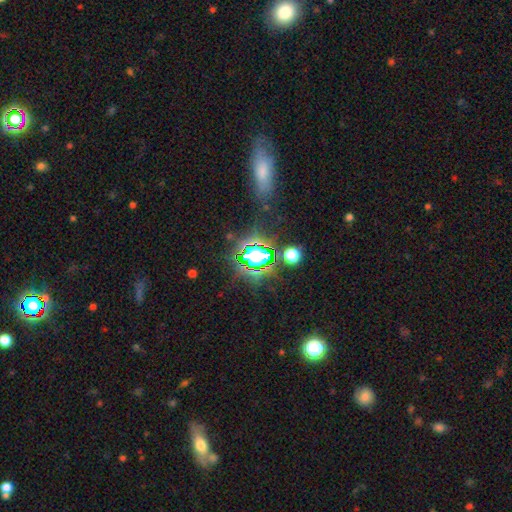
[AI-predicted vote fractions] A star or artifact, not a galaxy (67%).

Vote fractions:
- Smooth or featured? star or artifact: 67% / smooth: 22% / featured or disk: 10%